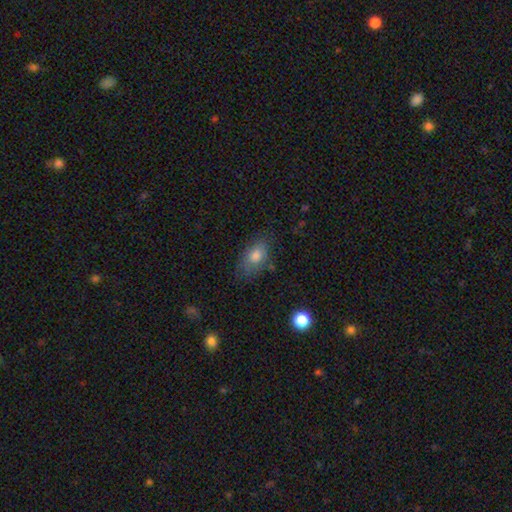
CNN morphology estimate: Smooth or featured? smooth (79%)
How rounded? in between (87%)
Merging? none (71%)